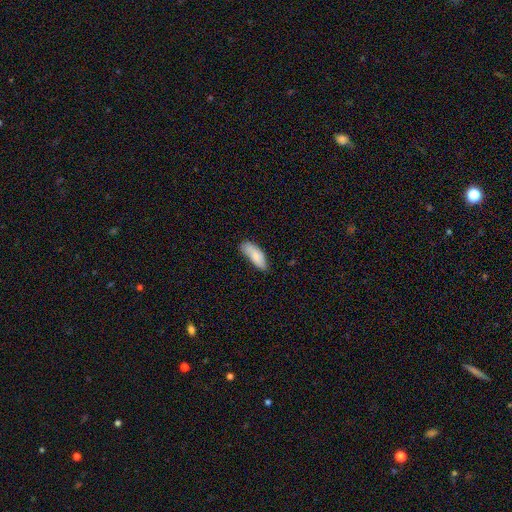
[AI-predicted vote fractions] Smooth or featured? Predicted: smooth (p=0.83). How rounded? Predicted: in between (p=0.75). Merging? Predicted: none (p=0.62).